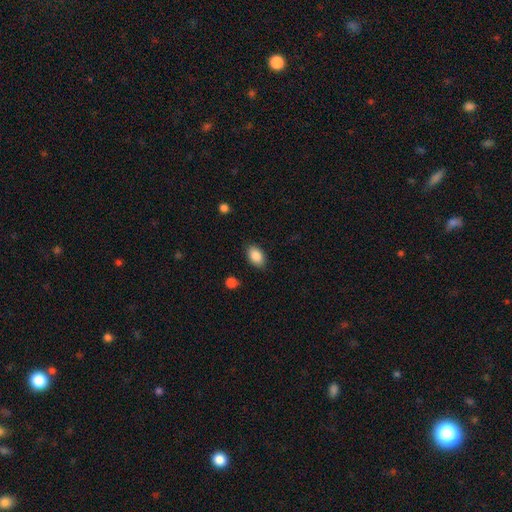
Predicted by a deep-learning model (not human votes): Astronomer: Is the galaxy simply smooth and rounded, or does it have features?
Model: smooth — 89%.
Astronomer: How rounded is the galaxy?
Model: in between — 89%.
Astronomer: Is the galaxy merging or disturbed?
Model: none — 84%.